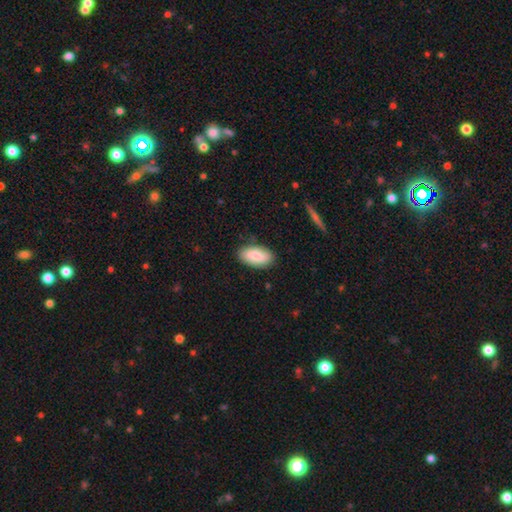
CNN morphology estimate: Q: Smooth or featured?
A: smooth (81%); runner-up: featured or disk (13%)
Q: How rounded?
A: in between (93%); runner-up: cigar-shaped (4%)
Q: Merging?
A: none (83%); runner-up: minor disturbance (13%)